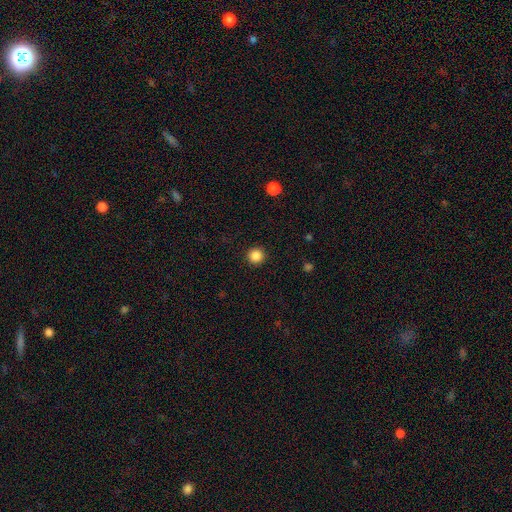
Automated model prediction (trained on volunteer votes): The model was most divided on "smooth or featured": smooth: 87%, star or artifact: 11%, featured or disk: 3%. More confident: how rounded — round (96%); merging — none (92%).